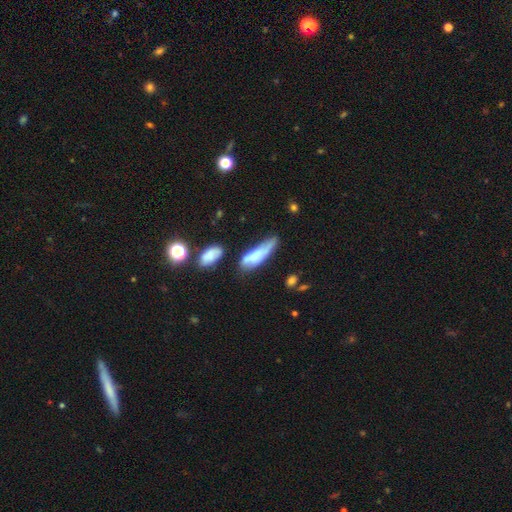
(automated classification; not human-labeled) Smooth or featured: smooth — 67% (featured or disk — 26%)
How rounded: cigar-shaped — 56% (in between — 42%)
Merging: minor disturbance — 36% (none — 34%)